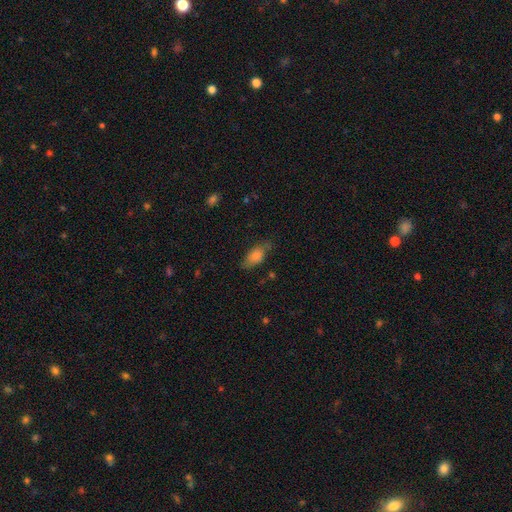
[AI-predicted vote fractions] A smooth galaxy with no disk features (68%) that is in between round and cigar-shaped (80%).

Vote fractions:
- Smooth or featured? smooth: 68% / featured or disk: 22% / star or artifact: 10%
- How rounded? in between: 80% / cigar-shaped: 15% / round: 5%
- Merging? none: 69% / minor disturbance: 23% / major disturbance: 6% / merger: 2%